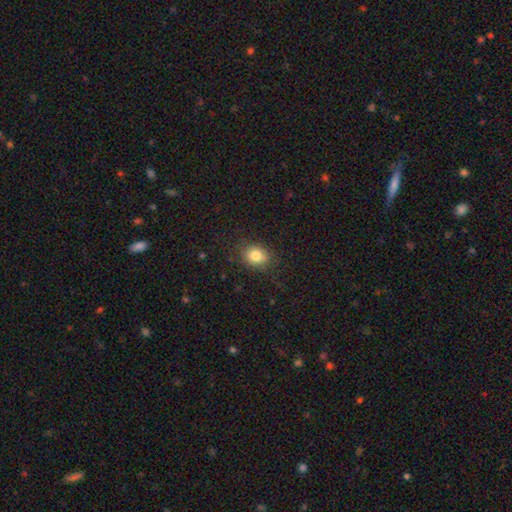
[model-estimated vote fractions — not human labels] Smooth or featured? smooth (81%)
How rounded? round (54%)
Merging? none (80%)